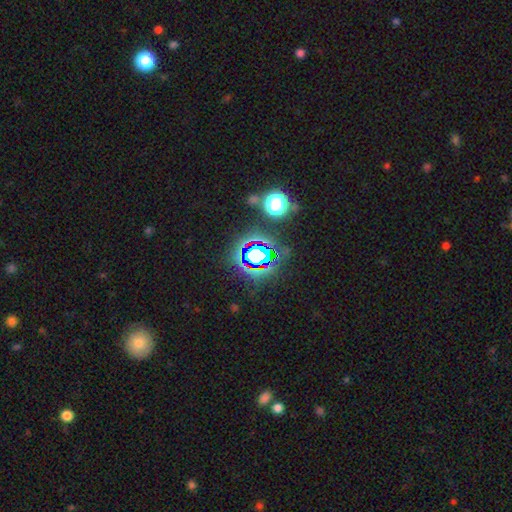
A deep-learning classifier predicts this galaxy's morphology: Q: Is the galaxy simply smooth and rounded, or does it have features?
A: star or artifact — 72%.